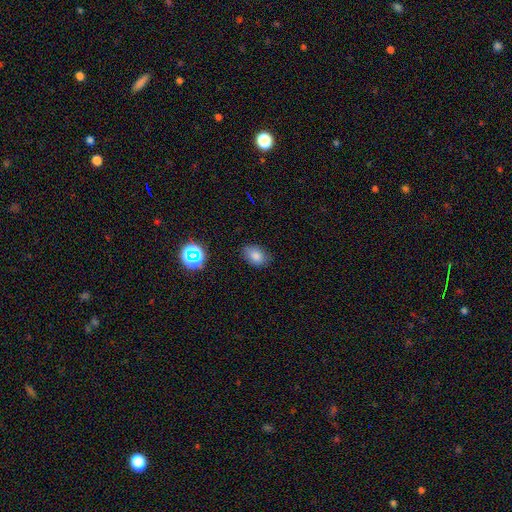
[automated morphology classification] smooth_or_featured: smooth (p=0.81) [alt: star or artifact p=0.12]
how_rounded: in between (p=0.80) [alt: round p=0.19]
merging: none (p=0.79) [alt: minor disturbance p=0.16]